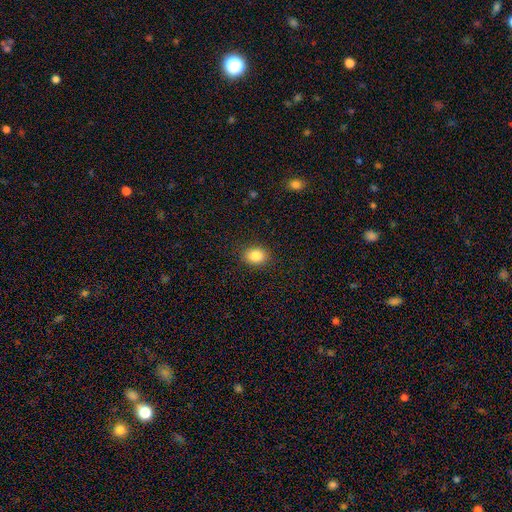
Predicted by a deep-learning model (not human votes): Q: Smooth or featured?
A: smooth (85%); runner-up: star or artifact (9%)
Q: How rounded?
A: in between (59%); runner-up: round (40%)
Q: Merging?
A: none (89%); runner-up: minor disturbance (8%)